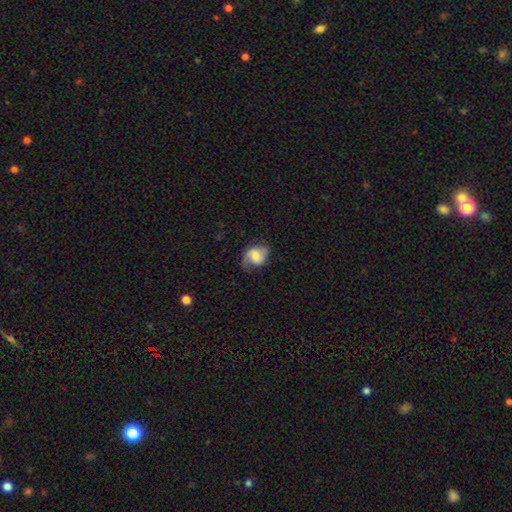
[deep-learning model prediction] Smooth or featured? Predicted: featured or disk (p=0.52). Edge-on disk? Predicted: no (p=0.97). Bar? Predicted: no (p=0.45). Spiral arms? Predicted: yes (p=0.88). Bulge size? Predicted: moderate (p=0.44). Merging? Predicted: none (p=0.59).